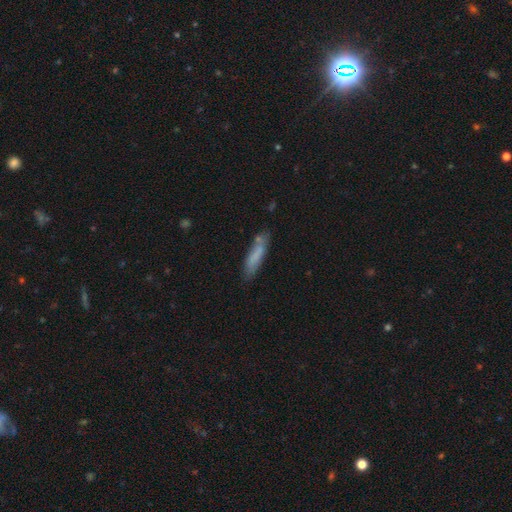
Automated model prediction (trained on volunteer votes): Smooth or featured: smooth — 74% (featured or disk — 19%)
How rounded: cigar-shaped — 75% (in between — 23%)
Merging: none — 68% (minor disturbance — 19%)